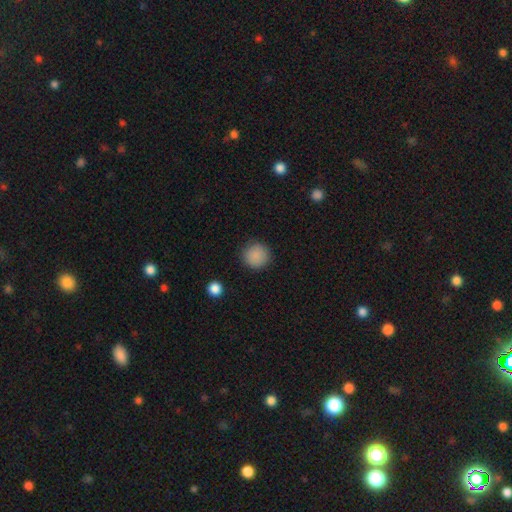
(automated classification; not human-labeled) smooth 88%, star or artifact 9%, featured or disk 3%. Down the decision tree: how rounded — round (94%); merging — none (89%).